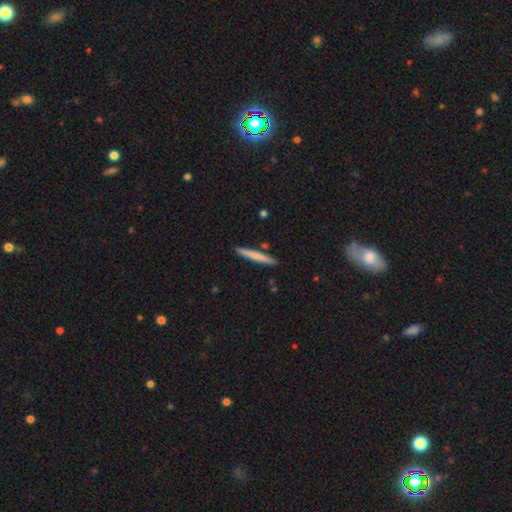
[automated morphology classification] type=smooth (68%); roundness=cigar-shaped (96%); merging=none (88%).